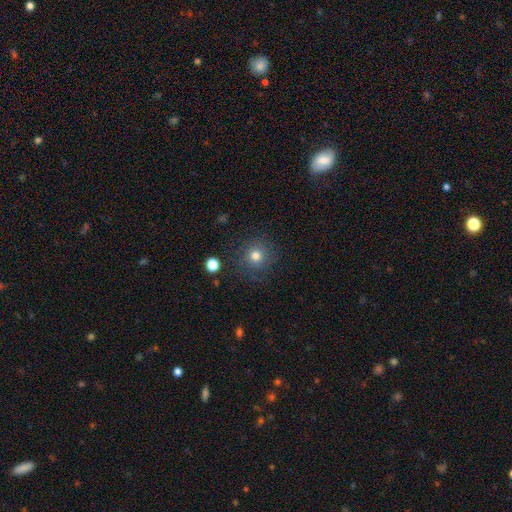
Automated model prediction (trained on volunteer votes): Smooth or featured?
  - smooth: 78% *
  - star or artifact: 14%
  - featured or disk: 8%
How rounded?
  - round: 93% *
  - in between: 6%
  - cigar-shaped: 1%
Merging?
  - none: 86% *
  - minor disturbance: 9%
  - major disturbance: 4%
  - merger: 2%